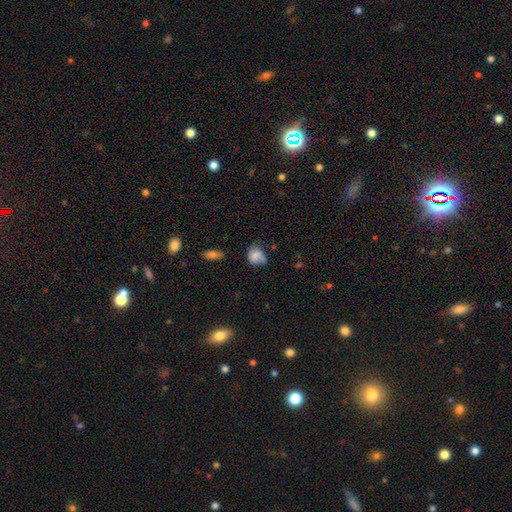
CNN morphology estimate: A smooth galaxy with no disk features (69%) that is in between round and cigar-shaped (51%). Merging: none (46%).